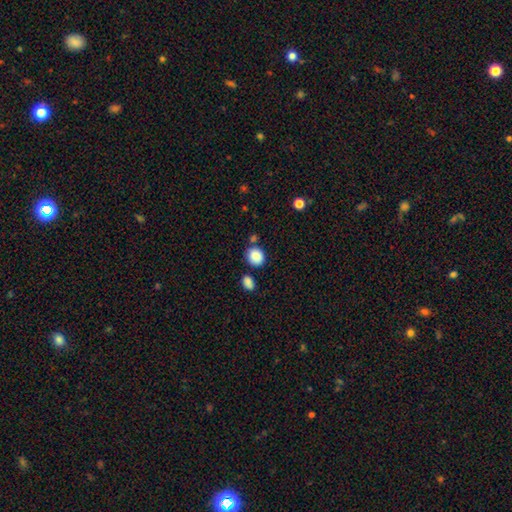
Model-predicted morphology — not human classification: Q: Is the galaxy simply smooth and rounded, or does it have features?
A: smooth — 87%.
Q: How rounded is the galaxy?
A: round — 77%.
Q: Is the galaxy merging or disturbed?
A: none — 74%.